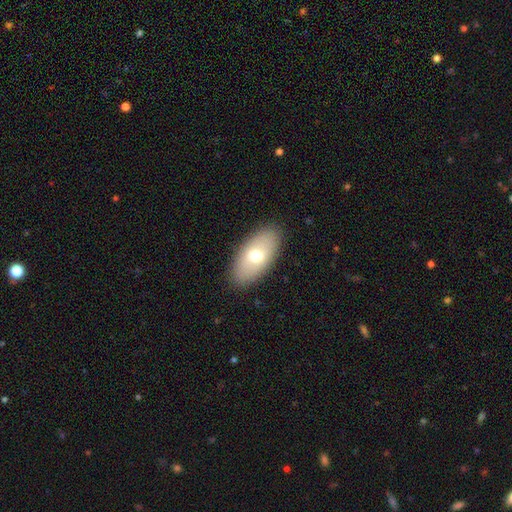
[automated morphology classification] This appears to be a smooth galaxy with no disk features (67%) that is in between round and cigar-shaped (91%). Merging: none (88%).